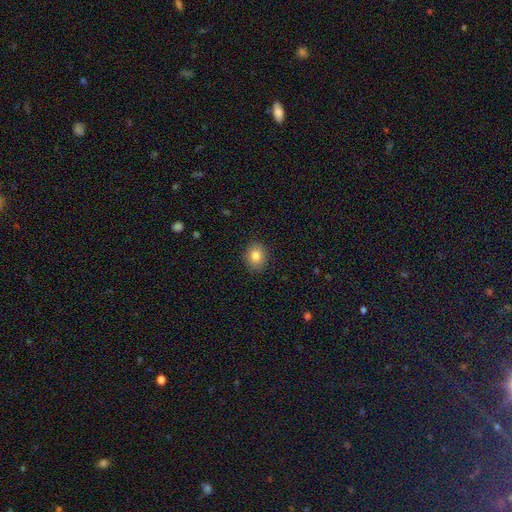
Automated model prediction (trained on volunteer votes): Overall: smooth (83%). How rounded: round (60%; in between 39%). Merging: none (89%).